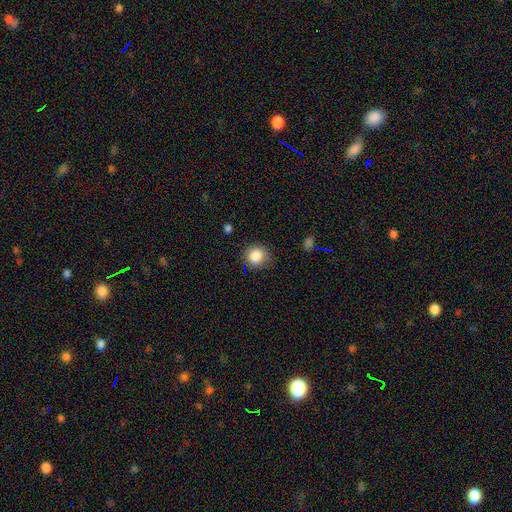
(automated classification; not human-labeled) A smooth galaxy with no disk features (84%) that is round (86%).

Vote fractions:
- Smooth or featured? smooth: 84% / star or artifact: 10% / featured or disk: 6%
- How rounded? round: 86% / in between: 13% / cigar-shaped: 1%
- Merging? none: 82% / minor disturbance: 13% / major disturbance: 3% / merger: 2%